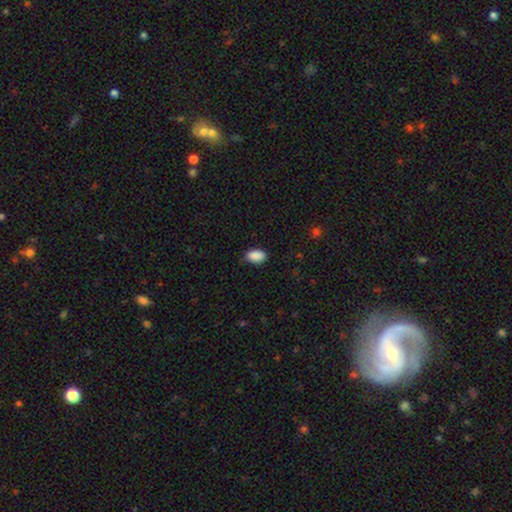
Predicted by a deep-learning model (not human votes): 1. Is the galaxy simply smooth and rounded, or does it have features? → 90% smooth, 8% star or artifact, 3% featured or disk.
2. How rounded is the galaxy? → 92% in between, 7% round, 2% cigar-shaped.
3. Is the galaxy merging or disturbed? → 76% none, 19% minor disturbance, 3% major disturbance, 1% merger.